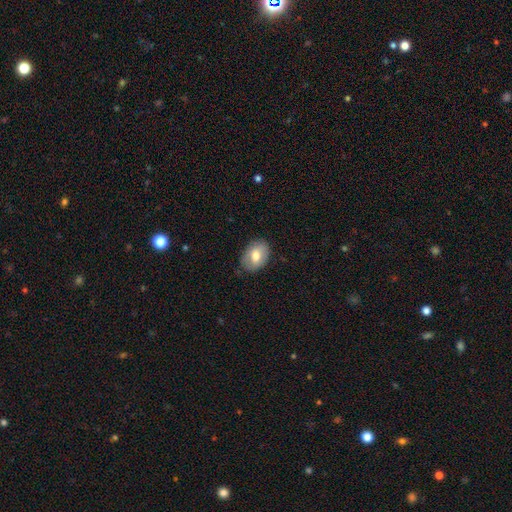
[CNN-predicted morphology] A smooth galaxy with no disk features (68%) that is in between round and cigar-shaped (81%).

Vote fractions:
- Smooth or featured? smooth: 68% / featured or disk: 25% / star or artifact: 7%
- How rounded? in between: 81% / round: 18% / cigar-shaped: 1%
- Merging? none: 79% / minor disturbance: 16% / major disturbance: 4% / merger: 1%